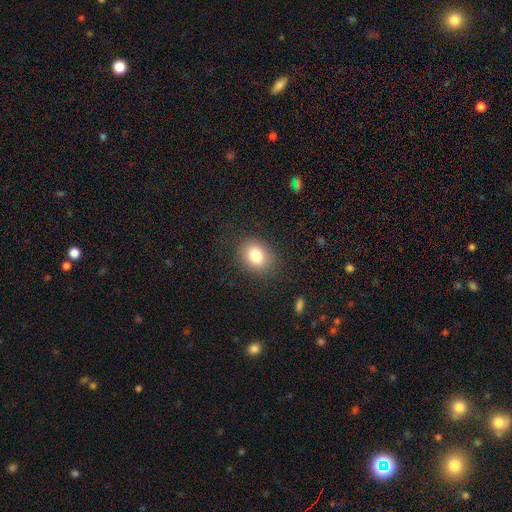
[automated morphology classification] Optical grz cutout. It shows a smooth galaxy with no disk features (81%) that is in between round and cigar-shaped (51%). Merging: none (84%).